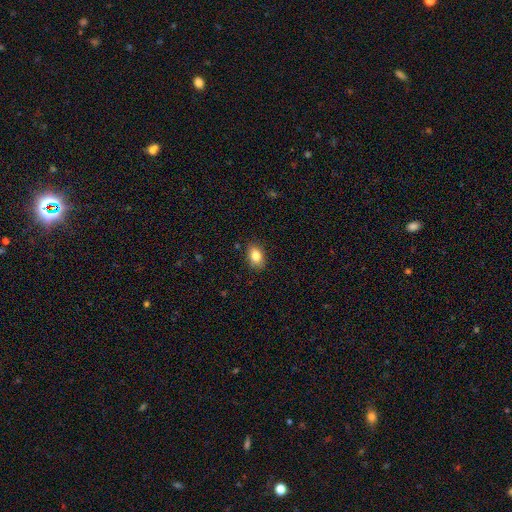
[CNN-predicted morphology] The model was most divided on "how rounded": in between: 84%, round: 14%, cigar-shaped: 2%. More confident: merging — none (85%); smooth or featured — smooth (84%).